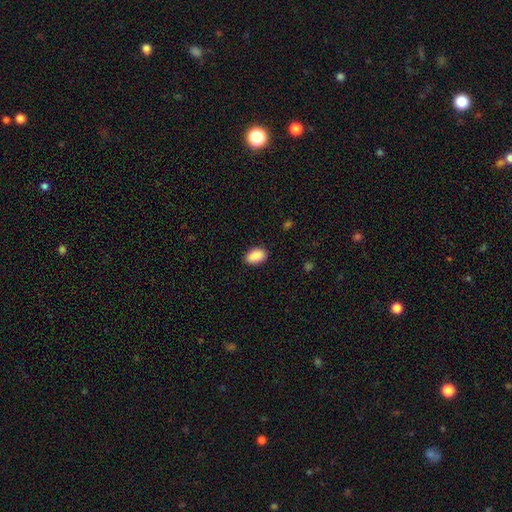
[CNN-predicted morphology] smooth_or_featured: smooth (p=0.90) [alt: star or artifact p=0.07]
how_rounded: in between (p=0.91) [alt: round p=0.07]
merging: none (p=0.88) [alt: minor disturbance p=0.09]